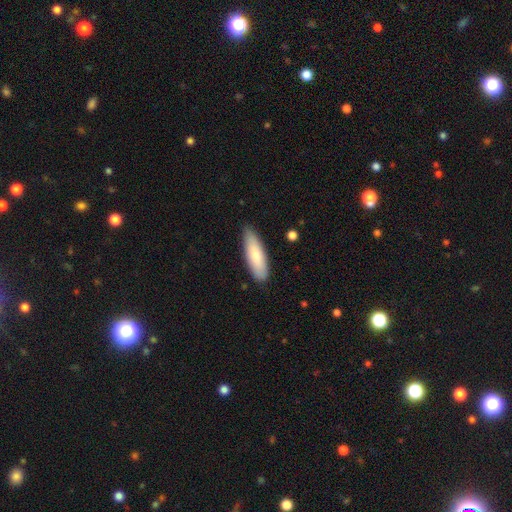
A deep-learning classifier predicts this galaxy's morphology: Smooth or featured: smooth — 81% (featured or disk — 14%)
How rounded: cigar-shaped — 49% (tied with in between — 49%)
Merging: none — 81% (minor disturbance — 15%)